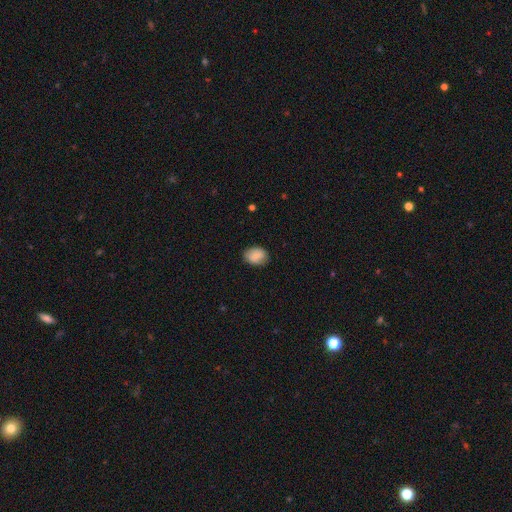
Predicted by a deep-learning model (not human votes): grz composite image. It shows a smooth galaxy with no disk features (84%) that is in between round and cigar-shaped (72%). Merging: none (80%).